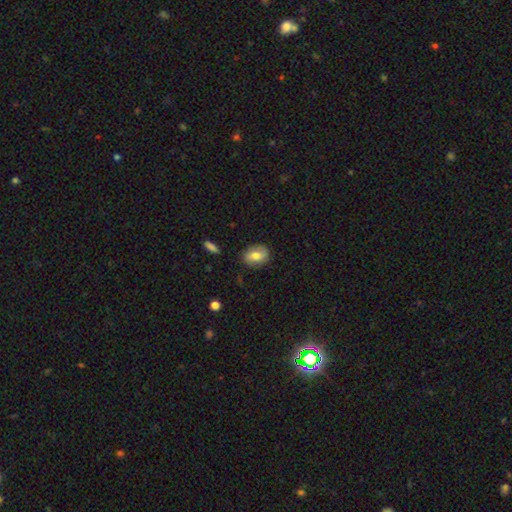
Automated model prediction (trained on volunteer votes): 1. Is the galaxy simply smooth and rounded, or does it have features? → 71% smooth, 22% featured or disk, 7% star or artifact.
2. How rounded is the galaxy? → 73% in between, 25% round, 2% cigar-shaped.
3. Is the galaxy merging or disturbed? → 81% none, 14% minor disturbance, 3% major disturbance, 2% merger.